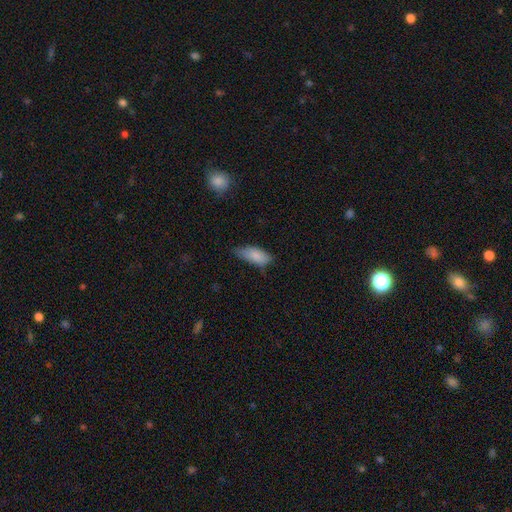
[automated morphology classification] smooth_or_featured: smooth (p=0.84) [alt: featured or disk p=0.09]
how_rounded: in between (p=0.83) [alt: cigar-shaped p=0.14]
merging: none (p=0.52) [alt: minor disturbance p=0.38]